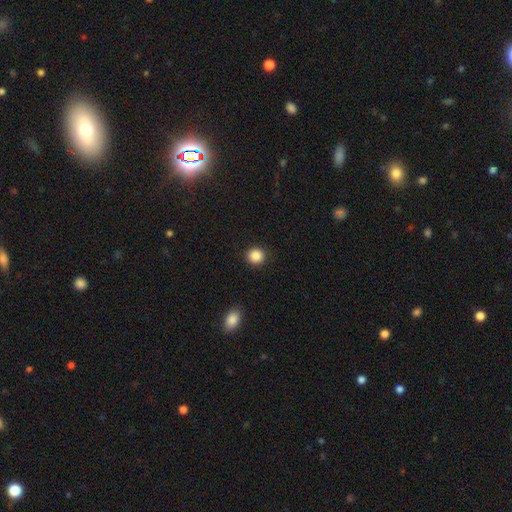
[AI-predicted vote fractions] Smooth or featured? Predicted: smooth (p=0.87). How rounded? Predicted: round (p=0.91). Merging? Predicted: none (p=0.92).